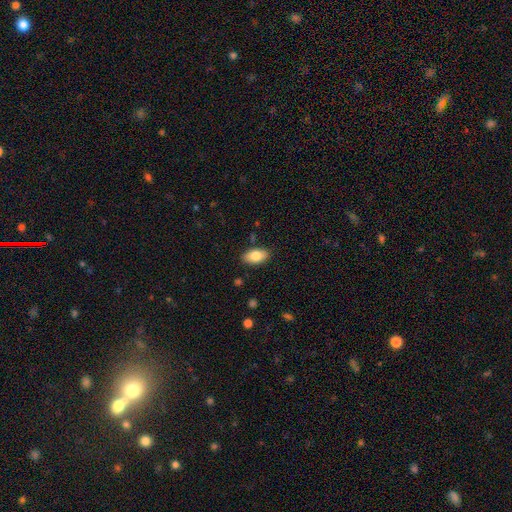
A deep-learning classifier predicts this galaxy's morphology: This is clearly a smooth galaxy (82%). How rounded: clearly in between (93%). Merging: clearly none (86%).